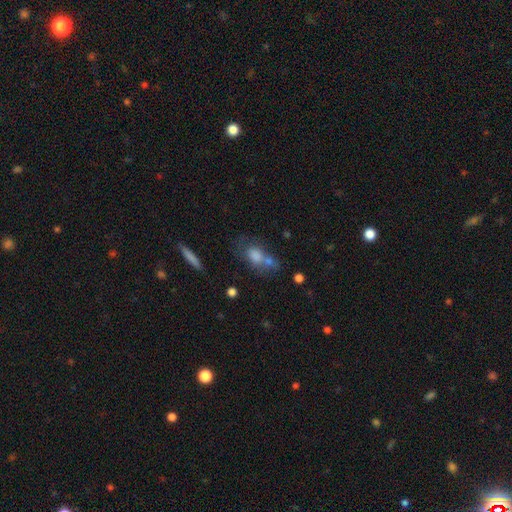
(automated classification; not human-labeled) Smooth or featured? Predicted: smooth (p=0.72). How rounded? Predicted: in between (p=0.66). Merging? Predicted: none (p=0.40).